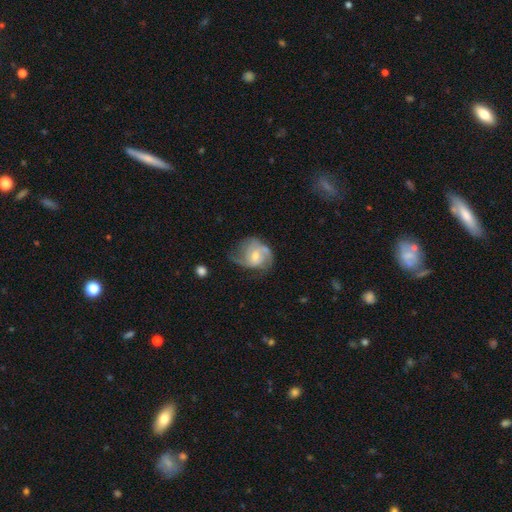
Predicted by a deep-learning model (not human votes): Smooth or featured?
  - featured or disk: 71% *
  - smooth: 22%
  - star or artifact: 6%
Edge-on disk?
  - no: 97% *
  - yes: 3%
Bar?
  - weak: 47% *
  - no: 43%
  - strong: 10%
Spiral arms?
  - yes: 88% *
  - no: 12%
Spiral winding?
  - medium: 45% *
  - tight: 29%
  - loose: 26%
Spiral arm count?
  - 2: 54% *
  - can't tell: 20%
  - 3: 14%
  - 1: 8%
  - 4: 3%
  - more than 4: 2%
Bulge size?
  - moderate: 51% *
  - small: 43%
  - none: 3%
  - large: 3%
  - dominant: 1%
Merging?
  - none: 44% *
  - minor disturbance: 29%
  - major disturbance: 23%
  - merger: 3%